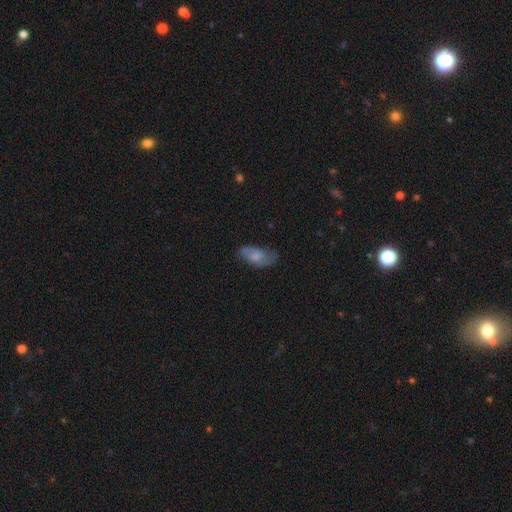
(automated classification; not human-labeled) Smooth or featured?
  - smooth: 59% *
  - featured or disk: 34%
  - star or artifact: 8%
How rounded?
  - in between: 89% *
  - cigar-shaped: 8%
  - round: 3%
Merging?
  - none: 61% *
  - minor disturbance: 27%
  - major disturbance: 11%
  - merger: 2%